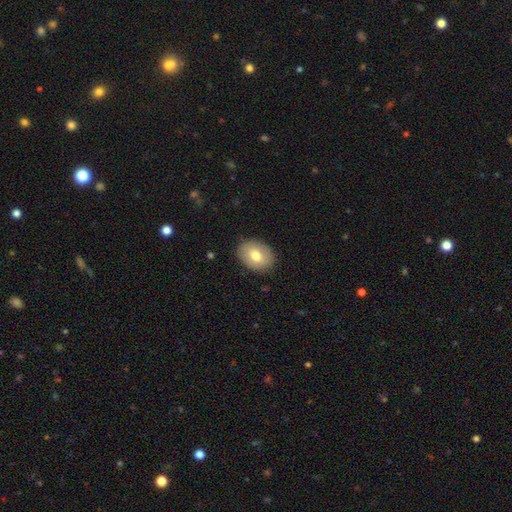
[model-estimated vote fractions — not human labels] Q: Smooth or featured?
A: smooth (74%); runner-up: featured or disk (19%)
Q: How rounded?
A: in between (69%); runner-up: round (30%)
Q: Merging?
A: none (87%); runner-up: minor disturbance (10%)